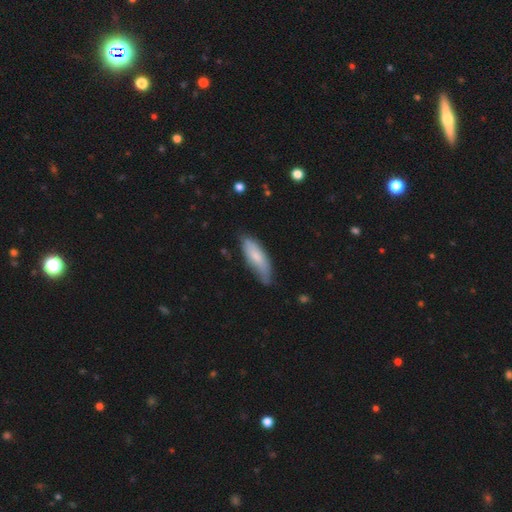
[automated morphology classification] type=smooth (71%); roundness=in between (58%); merging=none (64%).